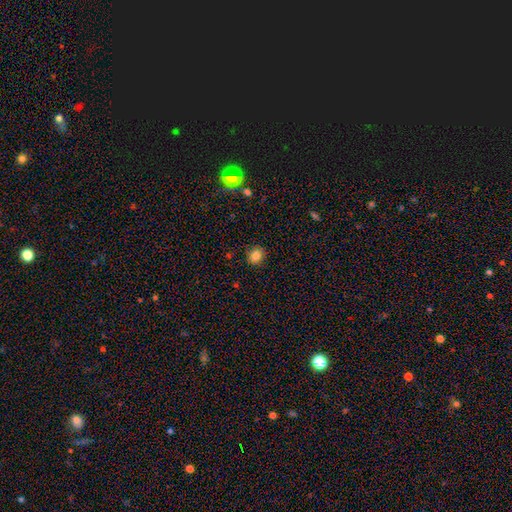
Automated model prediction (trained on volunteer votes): A smooth galaxy with no disk features (83%) that is round (72%). Merging: none (88%).